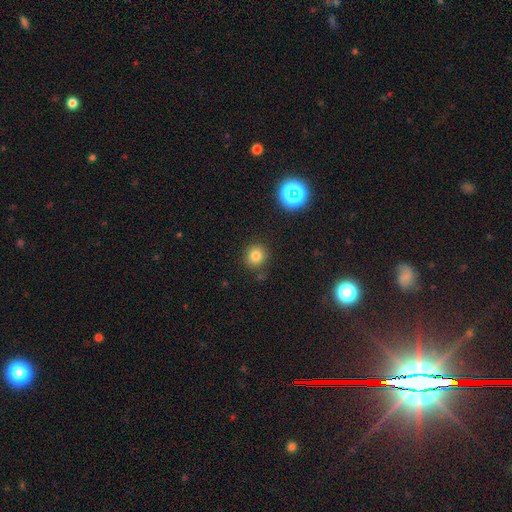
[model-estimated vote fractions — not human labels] smooth 79%, star or artifact 15%, featured or disk 6%. Down the decision tree: how rounded — round (90%); merging — none (84%).